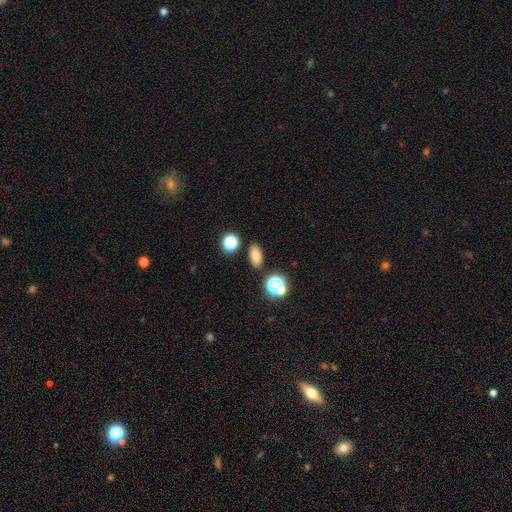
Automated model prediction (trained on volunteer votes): Smooth or featured? Predicted: smooth (p=0.74). How rounded? Predicted: in between (p=0.83). Merging? Predicted: none (p=0.85).